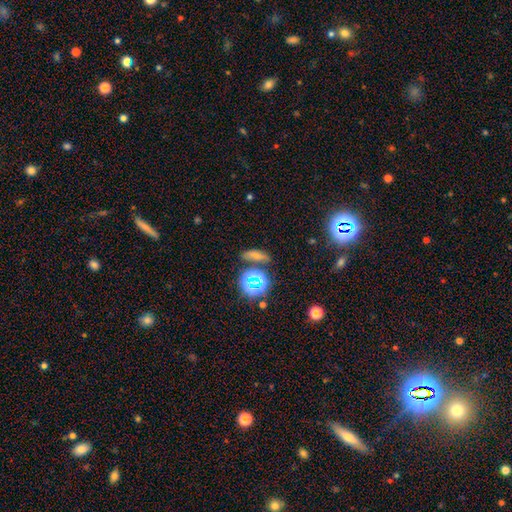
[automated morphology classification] This appears to be a smooth galaxy with no disk features (59%) that is cigar-shaped (44%). Merging: none (73%).